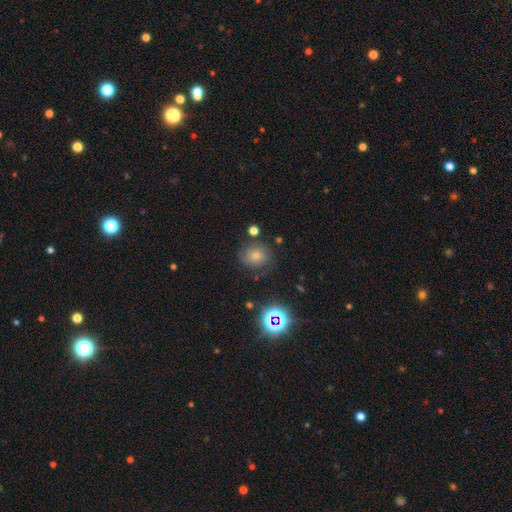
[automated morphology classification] type=smooth (59%); roundness=round (76%); merging=none (72%).